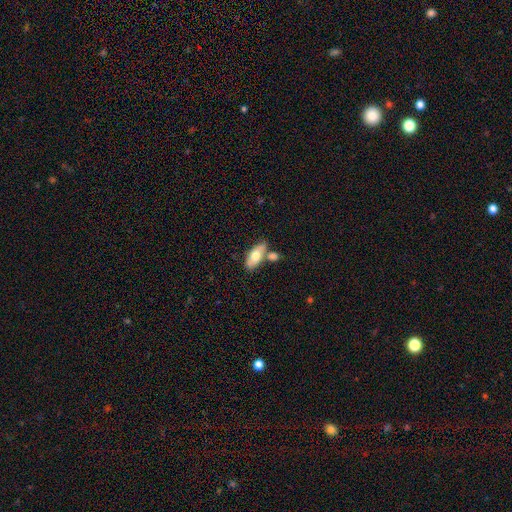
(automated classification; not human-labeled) smooth 64%, featured or disk 30%, star or artifact 6%. Down the decision tree: how rounded — in between (86%); merging — none (55%).